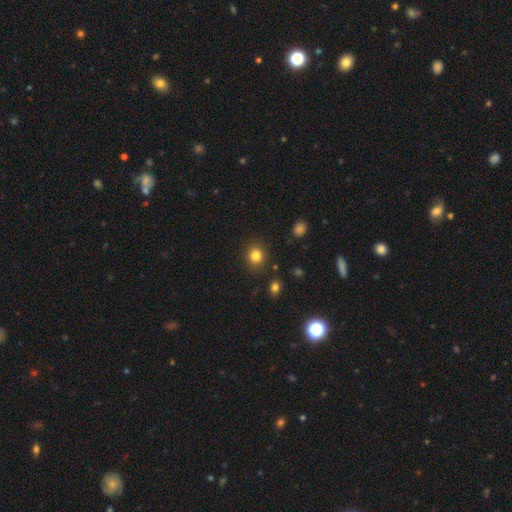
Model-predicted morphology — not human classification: smooth-or-featured: smooth: 83% | star or artifact: 11% | featured or disk: 5%
  how-rounded: round: 80% | in between: 19% | cigar-shaped: 1%
  merging: none: 88% | minor disturbance: 8% | major disturbance: 3% | merger: 2%